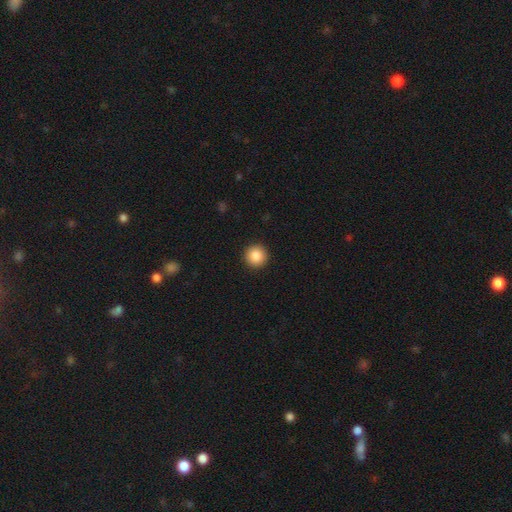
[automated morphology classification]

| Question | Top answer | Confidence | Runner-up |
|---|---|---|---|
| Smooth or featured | smooth | 87% | star or artifact (9%) |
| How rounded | round | 95% | in between (4%) |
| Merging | none | 93% | minor disturbance (4%) |